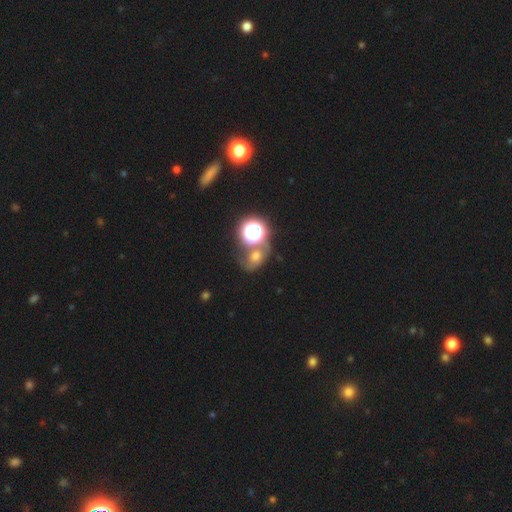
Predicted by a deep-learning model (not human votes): Smooth or featured? Predicted: smooth (p=0.45). Merging? Predicted: none (p=0.46).